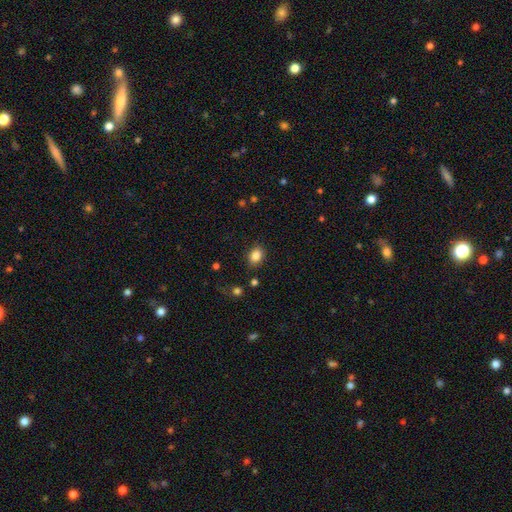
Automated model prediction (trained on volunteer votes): A smooth galaxy with no disk features (85%) that is in between round and cigar-shaped (65%).

Vote fractions:
- Smooth or featured? smooth: 85% / star or artifact: 10% / featured or disk: 6%
- How rounded? in between: 65% / round: 34% / cigar-shaped: 1%
- Merging? none: 83% / minor disturbance: 12% / major disturbance: 3% / merger: 2%